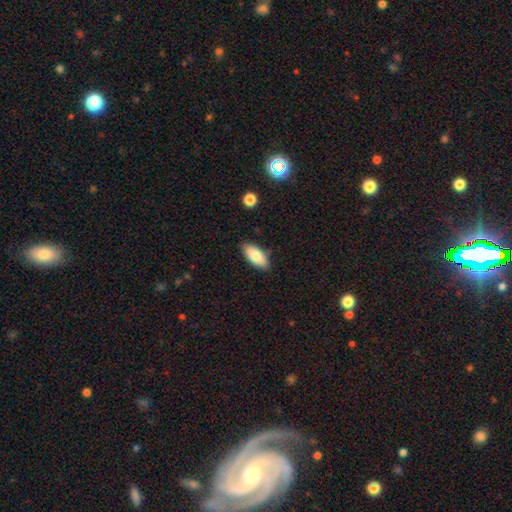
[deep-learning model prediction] Overall: smooth (82%). How rounded: in between (86%). Merging: none (86%).